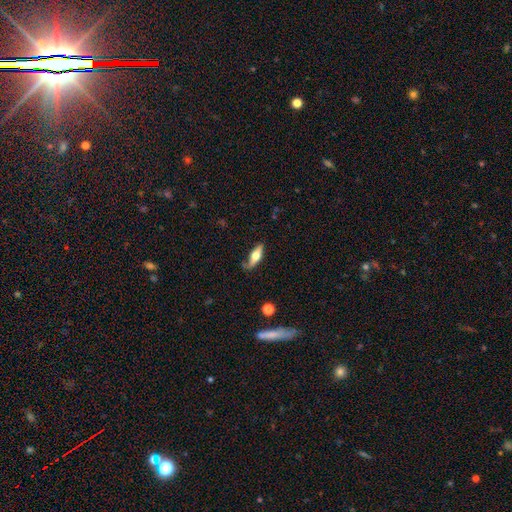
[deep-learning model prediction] A smooth galaxy with no disk features (50%) that is in between round and cigar-shaped (52%). Merging: none (66%).